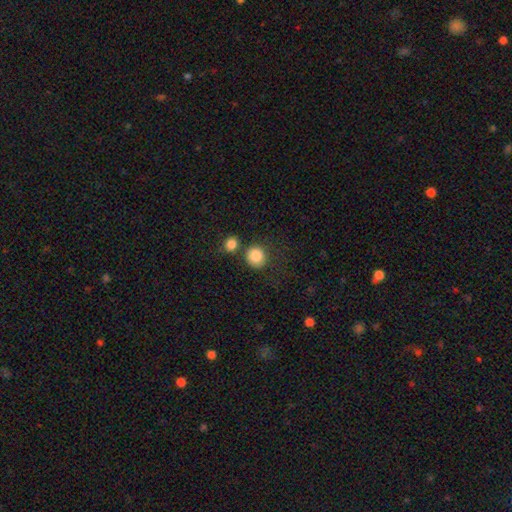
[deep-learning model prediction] The model was most divided on "merging": none: 69%, merger: 17%, minor disturbance: 10%, major disturbance: 4%. More confident: how rounded — round (89%); smooth or featured — smooth (86%).